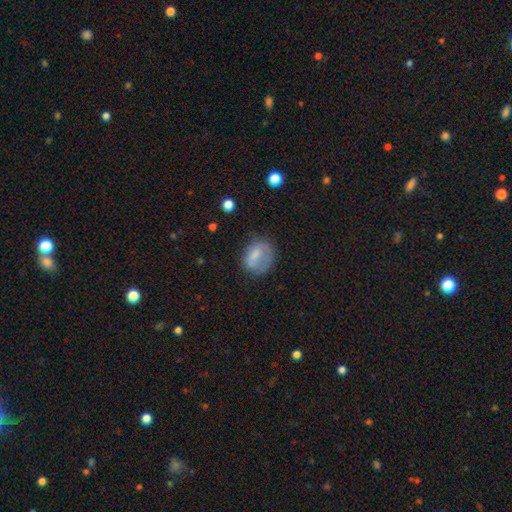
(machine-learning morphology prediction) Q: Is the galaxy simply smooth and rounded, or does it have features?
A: smooth — 67%.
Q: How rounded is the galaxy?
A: round — 52%.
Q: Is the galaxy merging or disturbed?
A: none — 51%.